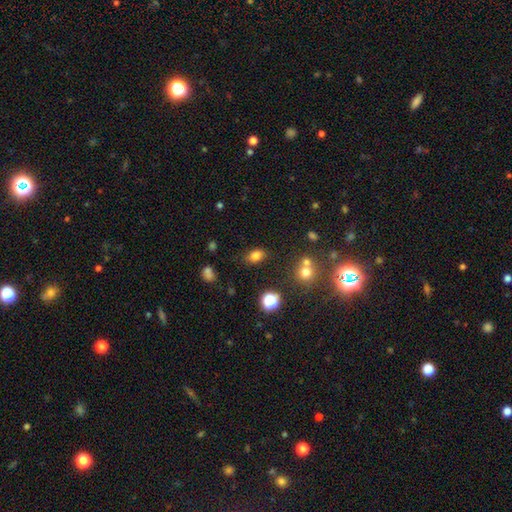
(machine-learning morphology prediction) The model was most divided on "how rounded": in between: 77%, round: 21%, cigar-shaped: 2%. More confident: merging — none (78%); smooth or featured — smooth (78%).